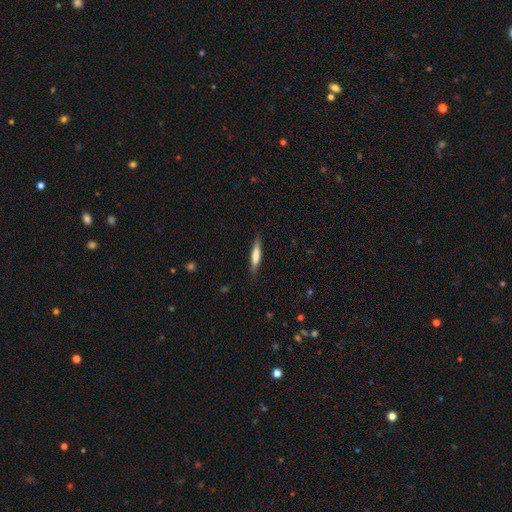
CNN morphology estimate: Overall: smooth (68%). How rounded: cigar-shaped (84%). Merging: none (83%).